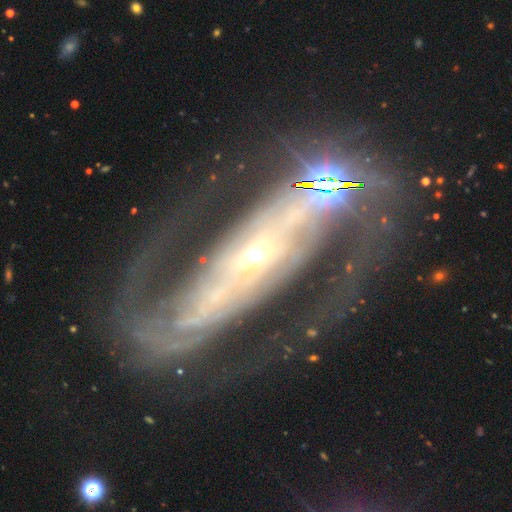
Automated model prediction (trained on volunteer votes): The model was most divided on "spiral winding": medium: 49%, tight: 29%, loose: 23%. More confident: spiral arms — yes (93%); edge-on disk — no (92%); spiral arm count — 2 (90%); smooth or featured — featured or disk (88%); bulge size — small (73%); merging — none (64%); bar — strong (54%).